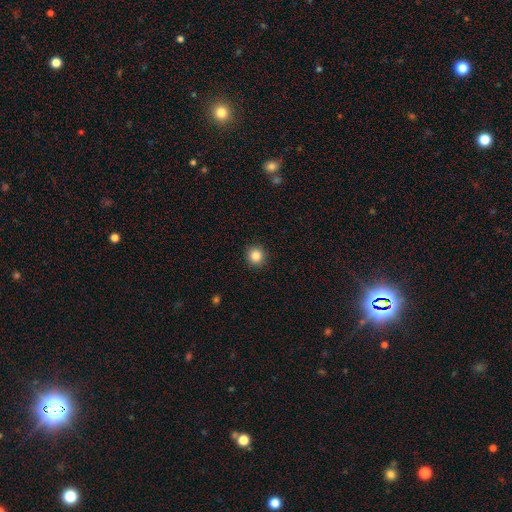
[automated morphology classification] smooth 86%, star or artifact 11%, featured or disk 4%. Down the decision tree: how rounded — round (93%); merging — none (91%).